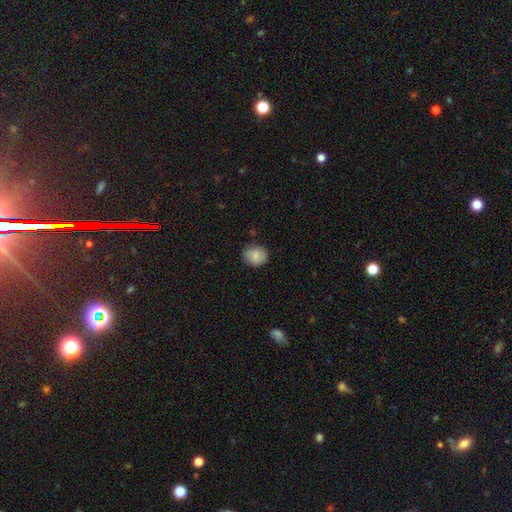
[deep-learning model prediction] Overall: smooth (83%). How rounded: round (66%; in between 33%). Merging: none (79%).